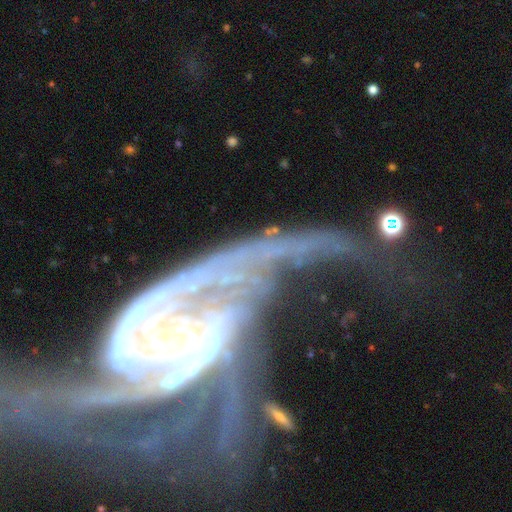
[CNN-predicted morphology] Smooth or featured? Predicted: featured or disk (p=0.84). Edge-on disk? Predicted: no (p=0.94). Bar? Predicted: no (p=0.55). Spiral arms? Predicted: yes (p=0.91). Spiral winding? Predicted: medium (p=0.35, tied with tight). Spiral arm count? Predicted: 2 (p=0.44). Bulge size? Predicted: small (p=0.70). Merging? Predicted: major disturbance (p=0.36).